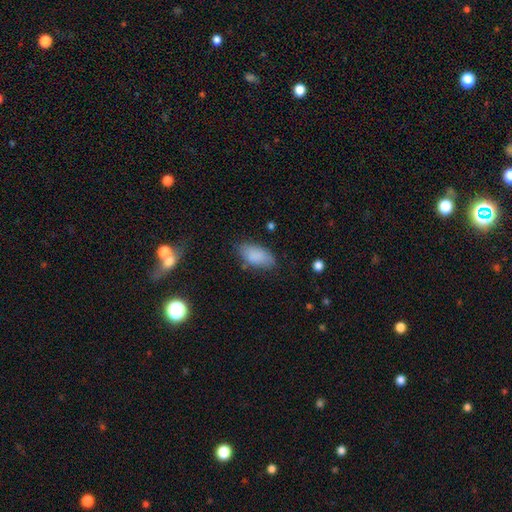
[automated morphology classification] A smooth galaxy with no disk features (86%) that is in between round and cigar-shaped (93%). Merging: none (74%).